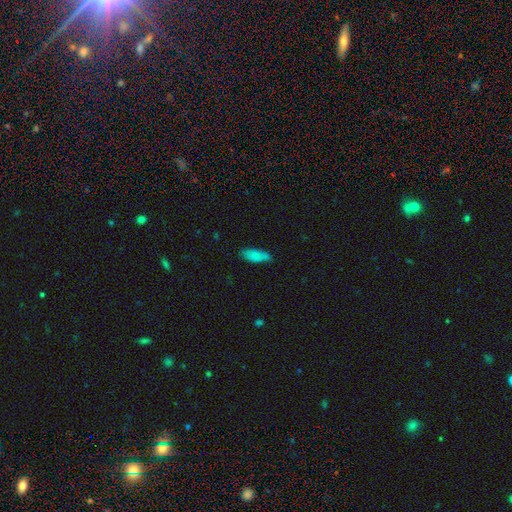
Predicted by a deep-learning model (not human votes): Morphology: type=smooth (80%); roundness=in between (76%); merging=none (66%).